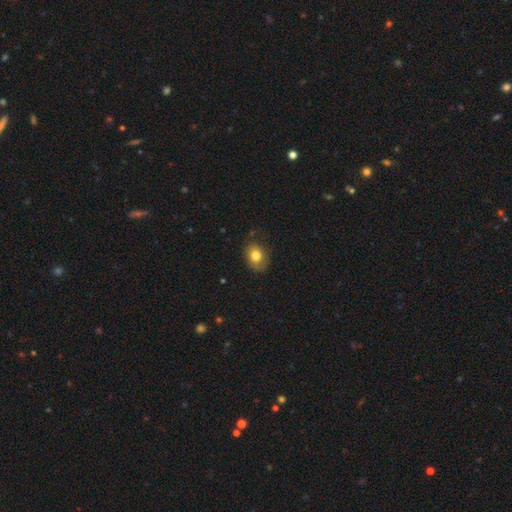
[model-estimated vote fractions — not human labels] This is likely a smooth galaxy (78%). How rounded: likely in between (63%). Merging: likely none (72%).